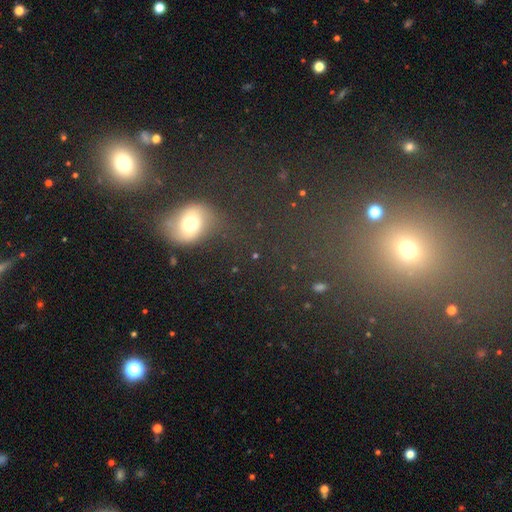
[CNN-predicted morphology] smooth 48%, star or artifact 26%, featured or disk 26%. Down the decision tree: merging — none (68%).